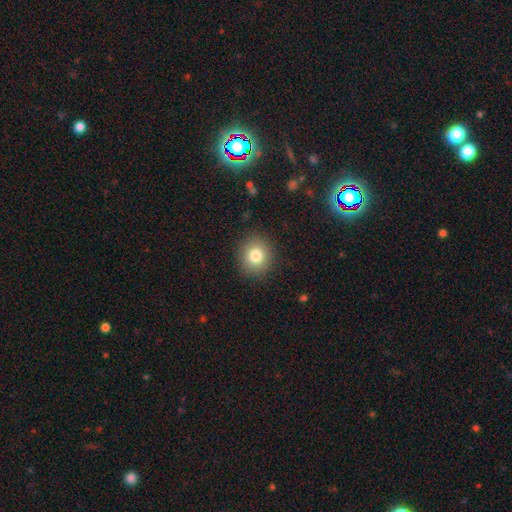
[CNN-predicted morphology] A smooth galaxy with no disk features (81%) that is round (83%). Merging: none (89%).